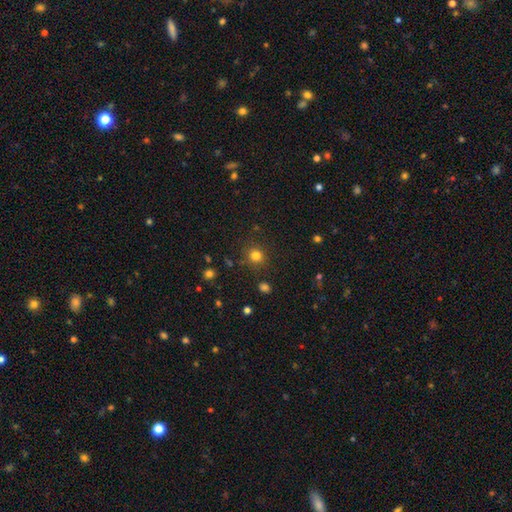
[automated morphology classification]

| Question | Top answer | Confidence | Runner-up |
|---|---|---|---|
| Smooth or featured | smooth | 80% | star or artifact (15%) |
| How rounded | round | 88% | in between (11%) |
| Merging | none | 85% | minor disturbance (9%) |